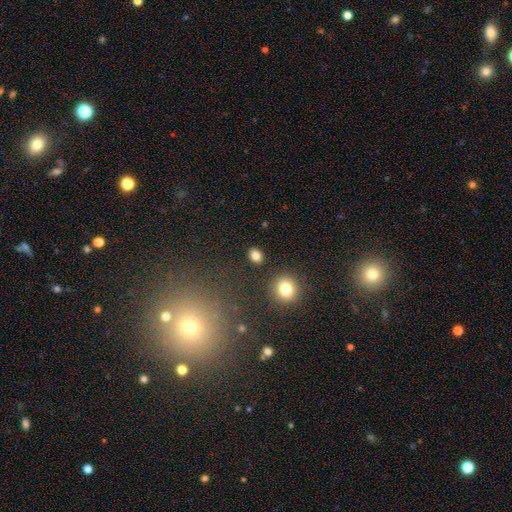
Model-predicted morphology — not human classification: smooth-or-featured: smooth: 81% | star or artifact: 12% | featured or disk: 6%
  how-rounded: in between: 61% | round: 37% | cigar-shaped: 1%
  merging: none: 87% | minor disturbance: 8% | merger: 3% | major disturbance: 3%